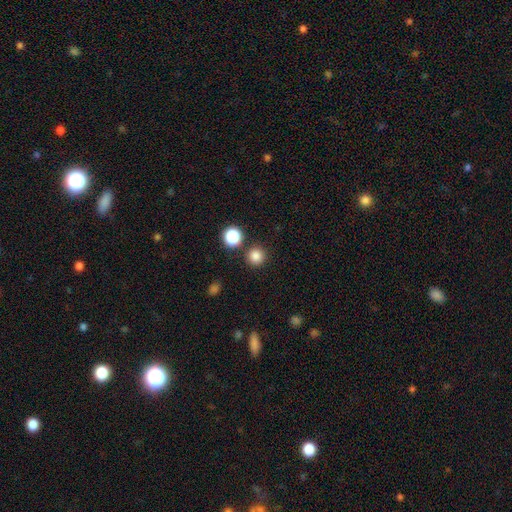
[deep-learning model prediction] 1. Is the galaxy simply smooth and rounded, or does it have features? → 82% smooth, 14% star or artifact, 4% featured or disk.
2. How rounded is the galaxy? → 95% round, 4% in between, 1% cigar-shaped.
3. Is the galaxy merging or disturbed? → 87% none, 6% minor disturbance, 5% merger, 2% major disturbance.